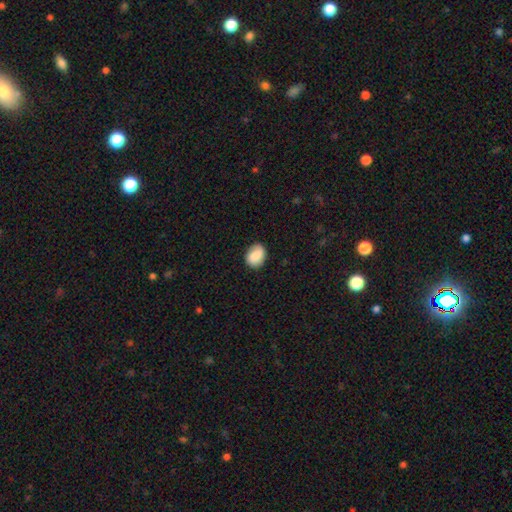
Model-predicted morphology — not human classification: Smooth or featured? smooth (83%)
How rounded? in between (62%)
Merging? none (81%)